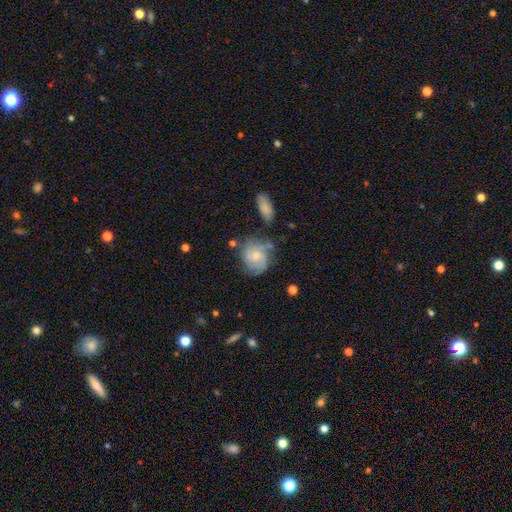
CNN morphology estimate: Overall: featured or disk (64%; smooth 29%). Edge-on disk: no (97%). Bar: no (72%). Spiral arms: yes (87%). Spiral arm count: can't tell (34%; 2 25%). Spiral winding: tight (51%; medium 36%). Bulge size: small (56%; moderate 37%). Merging: none (55%; minor disturbance 24%).